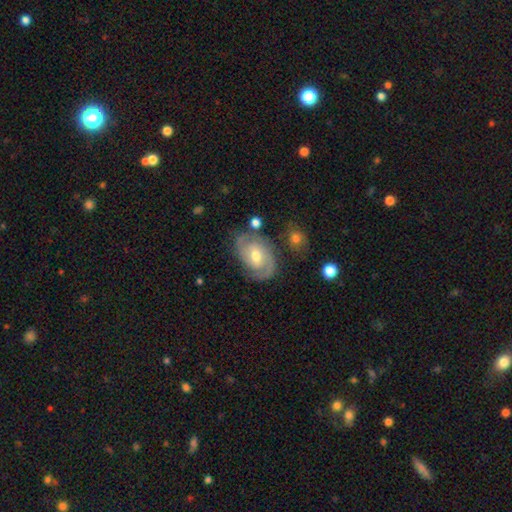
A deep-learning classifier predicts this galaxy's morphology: This appears to be a featured or disk galaxy (77%) with no bar (48%), 2 (69%) tight (48%) spiral arms (90%) and a moderate central bulge (68%). Merging: none (71%).